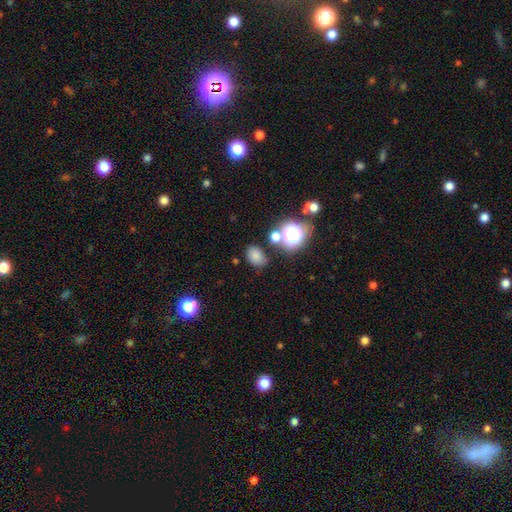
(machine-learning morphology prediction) smooth-or-featured: smooth: 73% | star or artifact: 19% | featured or disk: 8%
  how-rounded: in between: 66% | round: 32% | cigar-shaped: 1%
  merging: none: 73% | minor disturbance: 14% | merger: 8% | major disturbance: 5%